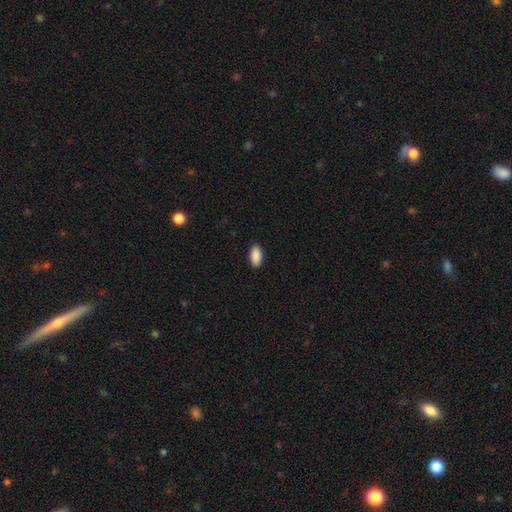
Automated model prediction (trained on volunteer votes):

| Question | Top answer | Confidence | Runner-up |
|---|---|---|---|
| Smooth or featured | smooth | 91% | star or artifact (7%) |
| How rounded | in between | 94% | cigar-shaped (3%) |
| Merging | none | 90% | minor disturbance (7%) |